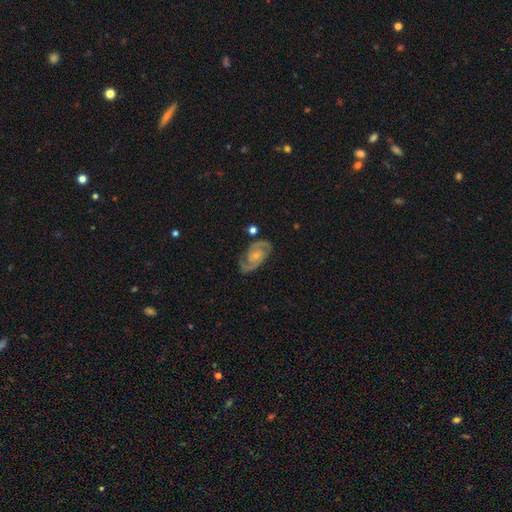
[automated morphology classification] Smooth or featured: featured or disk — 90% (smooth — 5%)
Edge-on disk: no — 97% (yes — 3%)
Bar: no — 66% (weak — 27%)
Spiral arms: yes — 98% (no — 2%)
Spiral winding: medium — 51% (tight — 38%)
Spiral arm count: 2 — 92% (can't tell — 3%)
Bulge size: small — 65% (moderate — 29%)
Merging: none — 80% (minor disturbance — 13%)